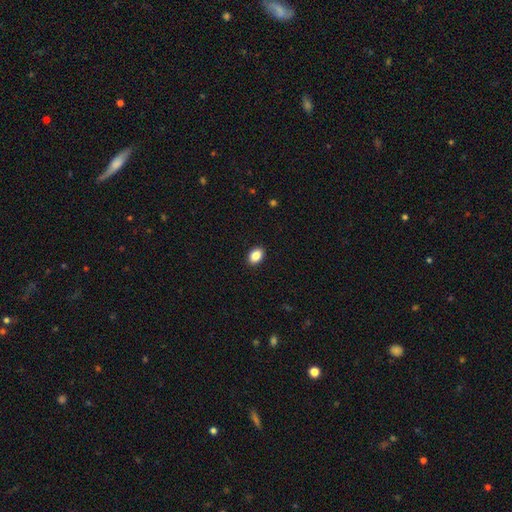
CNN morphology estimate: This is clearly a smooth galaxy (87%). How rounded: clearly in between (81%). Merging: clearly none (91%).